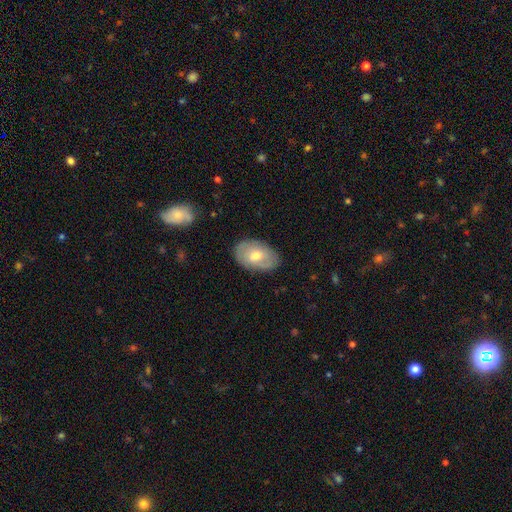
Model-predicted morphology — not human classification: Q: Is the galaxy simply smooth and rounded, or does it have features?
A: smooth — 57%.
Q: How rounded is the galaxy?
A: in between — 89%.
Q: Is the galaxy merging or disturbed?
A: none — 82%.